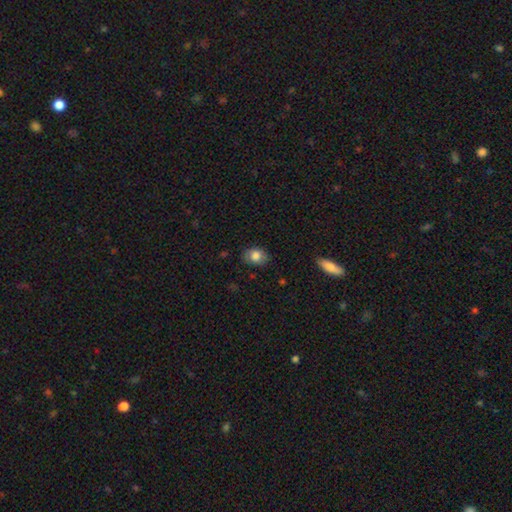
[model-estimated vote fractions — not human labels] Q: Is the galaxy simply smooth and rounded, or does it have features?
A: smooth — 81%.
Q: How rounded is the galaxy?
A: in between — 71%.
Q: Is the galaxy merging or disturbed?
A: none — 80%.